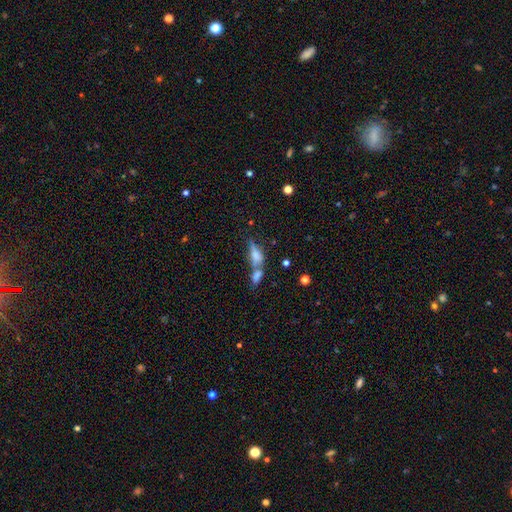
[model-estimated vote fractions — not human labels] Overall: smooth (53%; featured or disk 32%). How rounded: in between (59%; cigar-shaped 34%). Merging: merger (58%; none 24%).